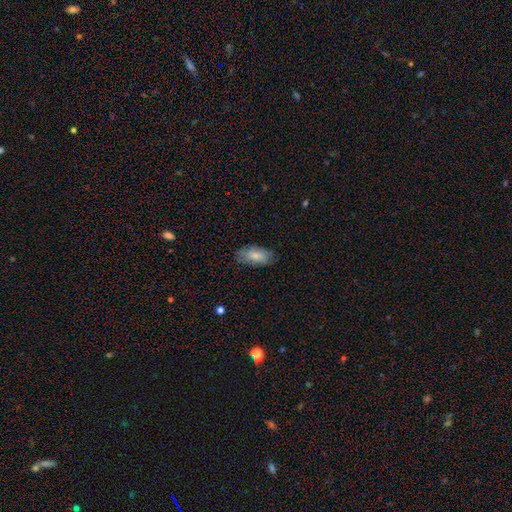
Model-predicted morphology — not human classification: A smooth galaxy with no disk features (79%) that is in between round and cigar-shaped (91%).

Vote fractions:
- Smooth or featured? smooth: 79% / featured or disk: 14% / star or artifact: 6%
- How rounded? in between: 91% / cigar-shaped: 7% / round: 2%
- Merging? none: 77% / minor disturbance: 18% / major disturbance: 4% / merger: 1%